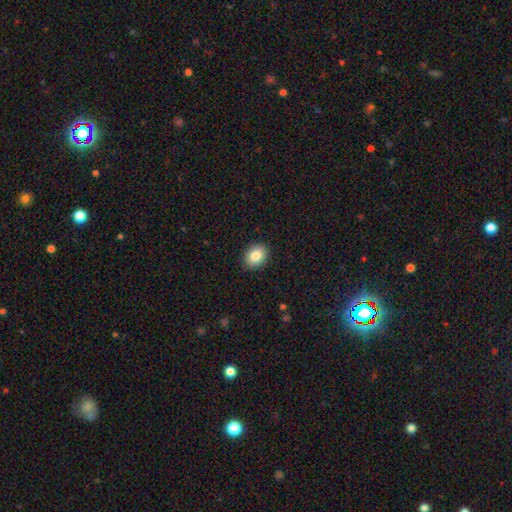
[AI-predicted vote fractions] This is clearly a smooth galaxy (84%). How rounded: likely in between (63%). Merging: clearly none (90%).